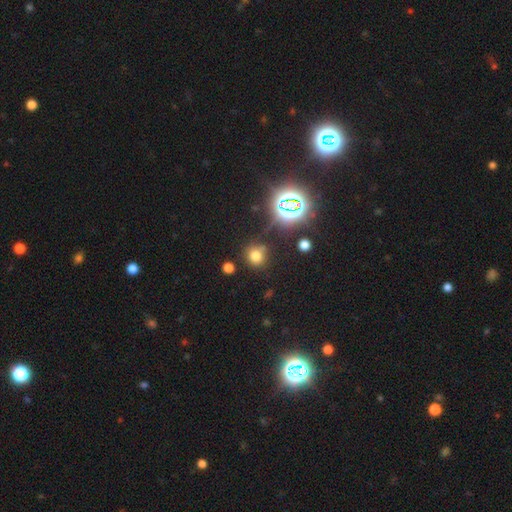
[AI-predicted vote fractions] A smooth galaxy with no disk features (66%) that is round (84%). Merging: none (73%).